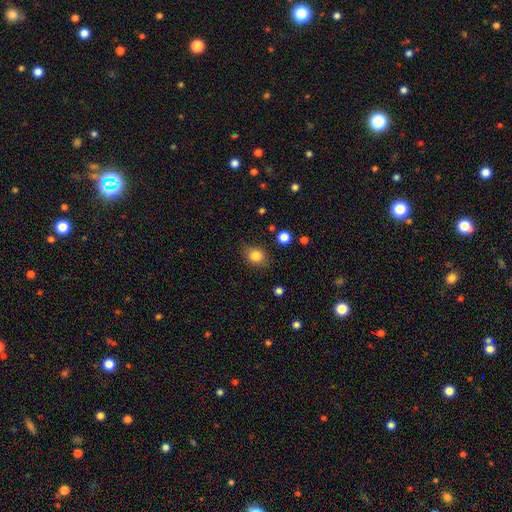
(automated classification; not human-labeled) smooth-or-featured: smooth: 83% | star or artifact: 11% | featured or disk: 6%
  how-rounded: round: 65% | in between: 34% | cigar-shaped: 1%
  merging: none: 79% | minor disturbance: 16% | major disturbance: 4% | merger: 2%